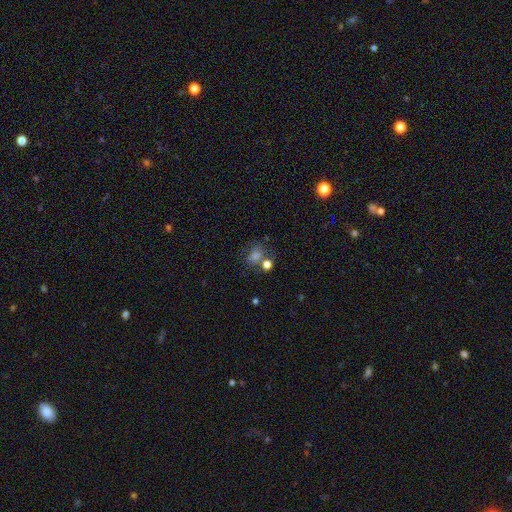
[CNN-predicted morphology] smooth-or-featured: smooth: 49% | star or artifact: 29% | featured or disk: 22%
  merging: none: 57% | merger: 19% | minor disturbance: 15% | major disturbance: 9%